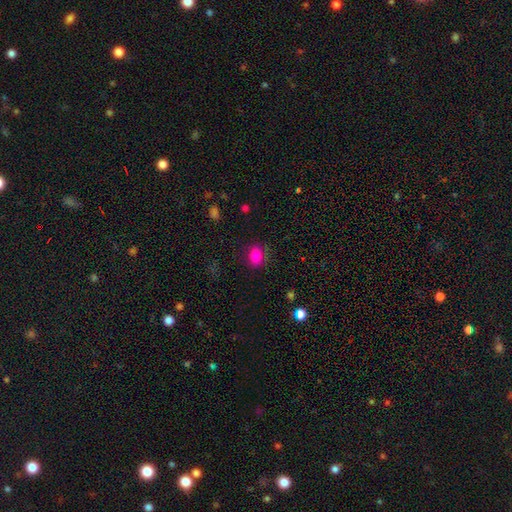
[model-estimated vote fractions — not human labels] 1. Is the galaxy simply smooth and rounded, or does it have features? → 82% smooth, 11% star or artifact, 7% featured or disk.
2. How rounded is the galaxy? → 56% in between, 43% round, 1% cigar-shaped.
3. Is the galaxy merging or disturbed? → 80% none, 14% minor disturbance, 5% major disturbance, 1% merger.